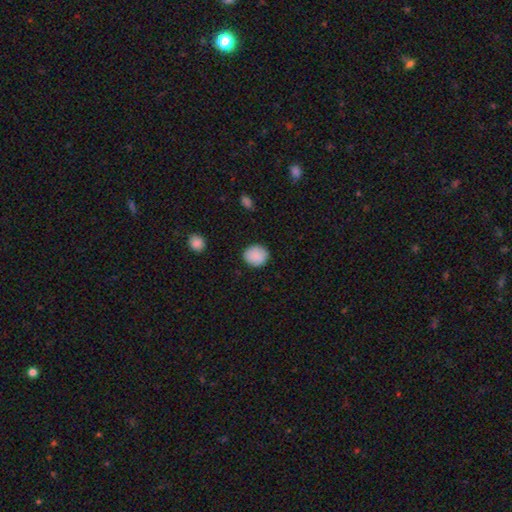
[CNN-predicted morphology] smooth 89%, star or artifact 7%, featured or disk 4%. Down the decision tree: how rounded — round (79%); merging — none (88%).